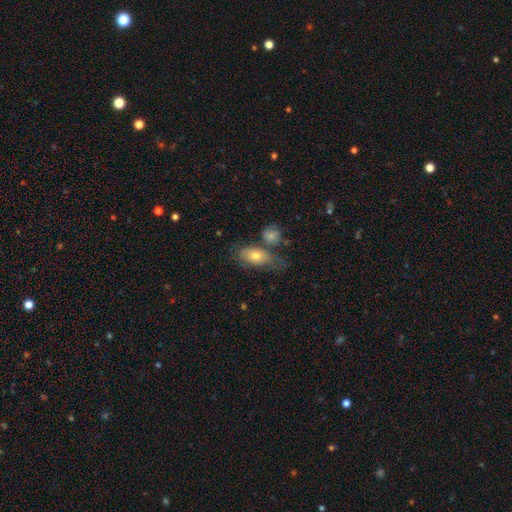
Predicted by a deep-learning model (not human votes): smooth 66%, featured or disk 25%, star or artifact 8%. Down the decision tree: how rounded — in between (85%); merging — none (44%).